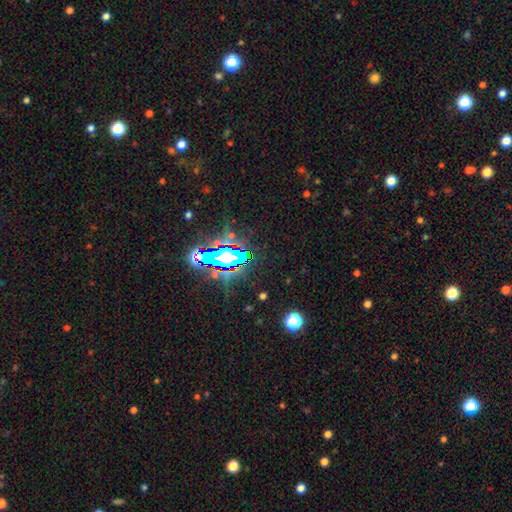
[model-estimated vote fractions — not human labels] Smooth or featured? Predicted: star or artifact (p=0.84).